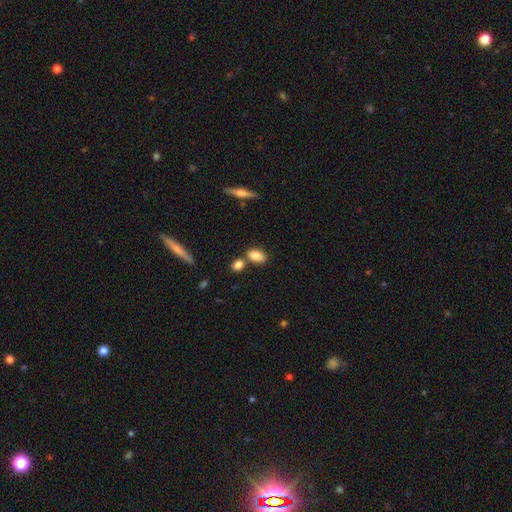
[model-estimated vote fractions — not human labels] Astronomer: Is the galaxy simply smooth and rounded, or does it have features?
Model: smooth — 84%.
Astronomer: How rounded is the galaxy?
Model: in between — 87%.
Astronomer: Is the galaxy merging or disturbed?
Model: none — 66%.